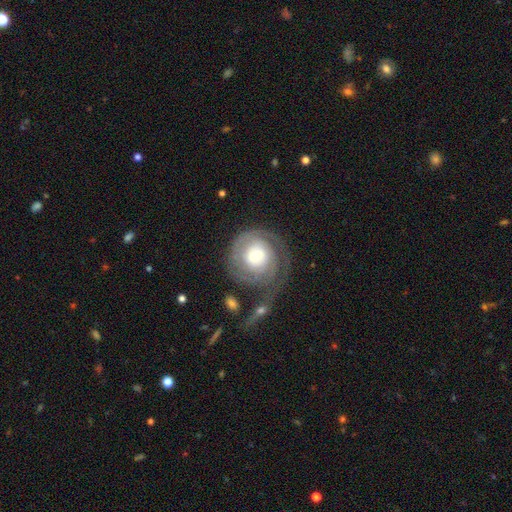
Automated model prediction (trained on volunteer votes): featured or disk 73%, smooth 21%, star or artifact 6%. Down the decision tree: edge-on disk — no (97%); bar — no (71%); spiral arms — yes (86%); spiral arm count — can't tell (34%); spiral winding — tight (76%); bulge size — moderate (56%); merging — none (54%).